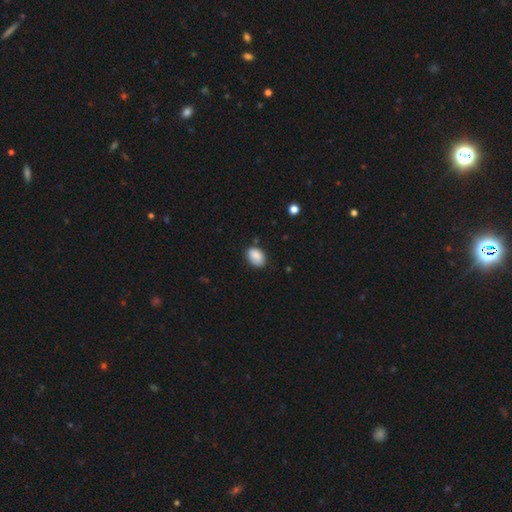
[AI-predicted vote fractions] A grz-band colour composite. It shows a smooth galaxy with no disk features (87%) that is in between round and cigar-shaped (81%). Merging: none (72%).